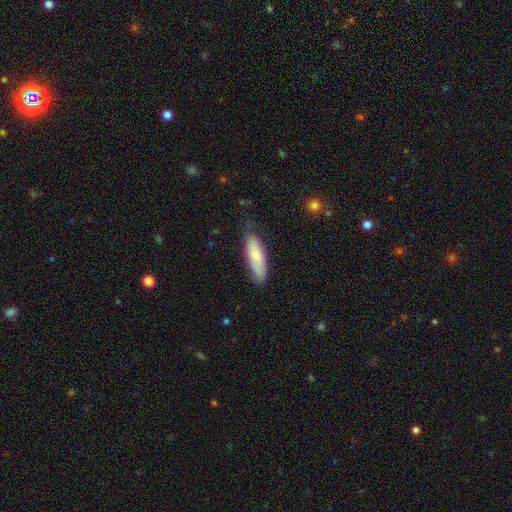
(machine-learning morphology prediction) This is likely a smooth galaxy (79%). How rounded: possibly cigar-shaped (49%, tied with in between). Merging: likely none (69%).